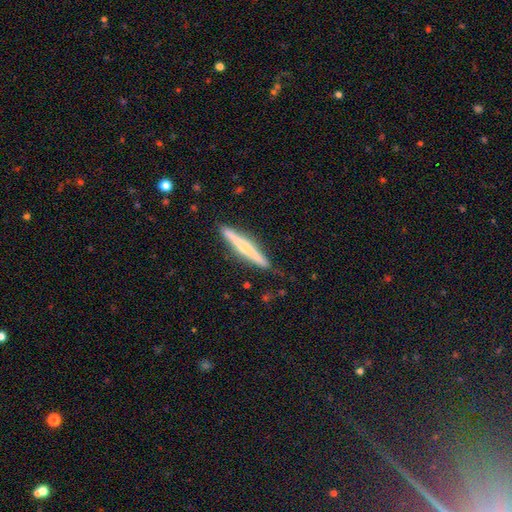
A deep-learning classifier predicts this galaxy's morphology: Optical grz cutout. It shows a featured or disk galaxy (58%) viewed edge-on (97%) with a rounded central bulge (65%). Merging: none (86%).